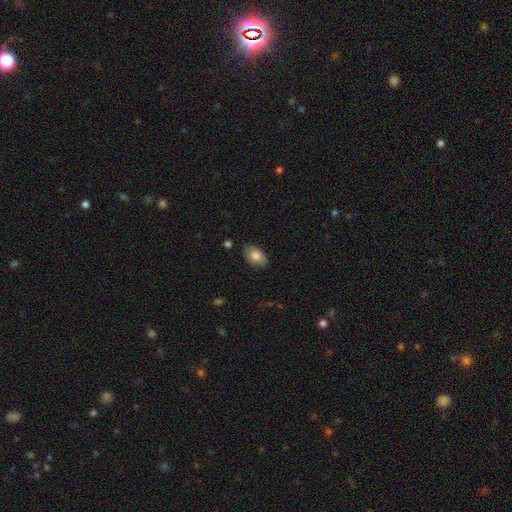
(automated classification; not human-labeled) Smooth or featured? smooth (82%)
How rounded? in between (89%)
Merging? none (83%)